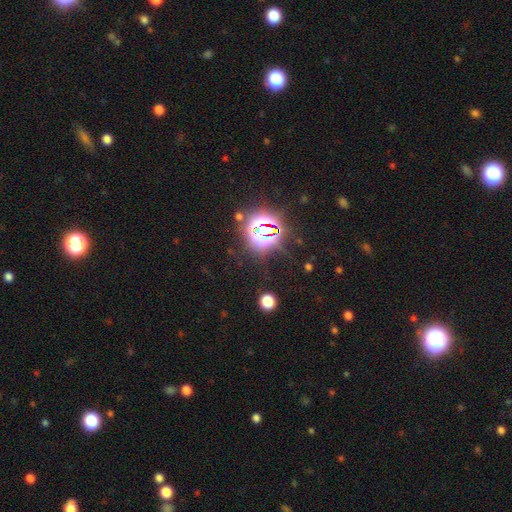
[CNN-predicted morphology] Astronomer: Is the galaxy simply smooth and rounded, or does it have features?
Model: star or artifact — 83%.